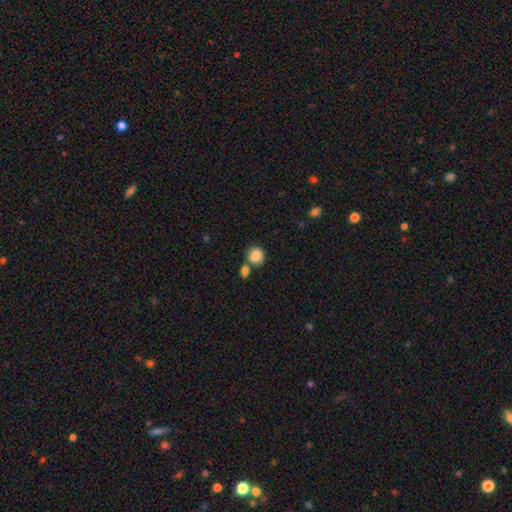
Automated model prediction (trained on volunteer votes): This appears to be a smooth galaxy with no disk features (86%) that is round (81%). Merging: none (58%).